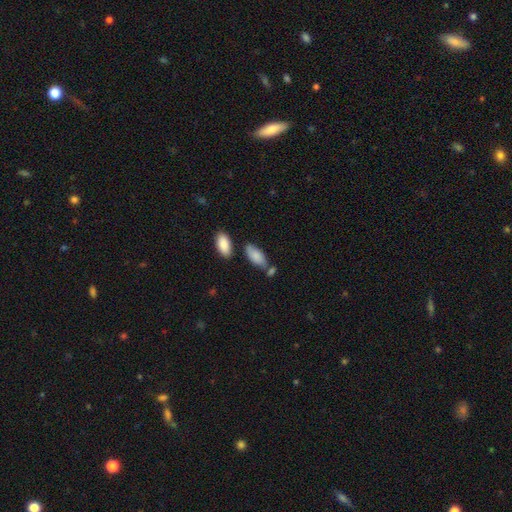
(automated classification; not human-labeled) smooth-or-featured: smooth: 82% | featured or disk: 12% | star or artifact: 7%
  how-rounded: in between: 90% | cigar-shaped: 8% | round: 2%
  merging: none: 59% | minor disturbance: 19% | merger: 17% | major disturbance: 5%